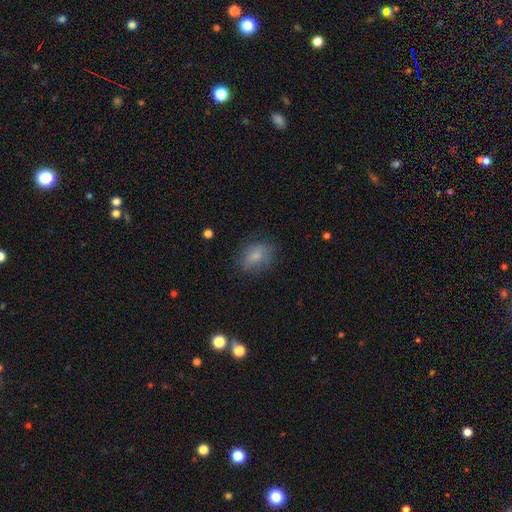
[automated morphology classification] Smooth or featured: smooth — 73% (featured or disk — 17%)
How rounded: in between — 68% (round — 29%)
Merging: none — 70% (minor disturbance — 20%)